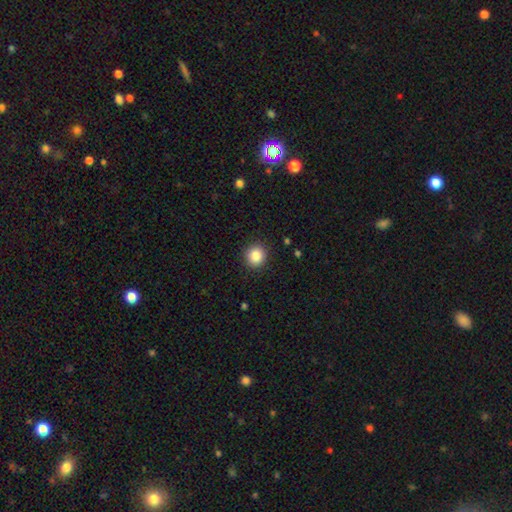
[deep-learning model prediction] Smooth or featured? smooth (86%)
How rounded? round (90%)
Merging? none (90%)